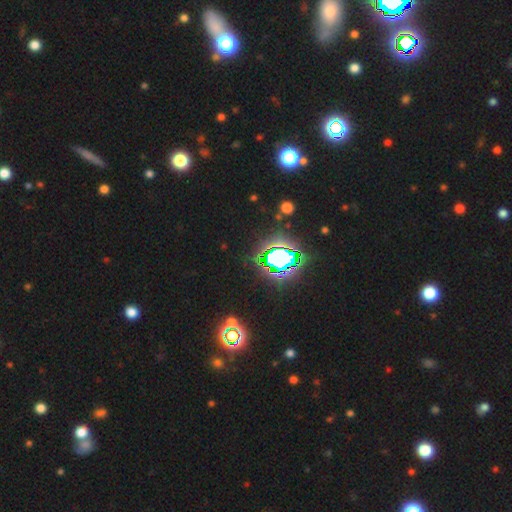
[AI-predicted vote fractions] A star or artifact, not a galaxy (81%).

Vote fractions:
- Smooth or featured? star or artifact: 81% / smooth: 12% / featured or disk: 7%